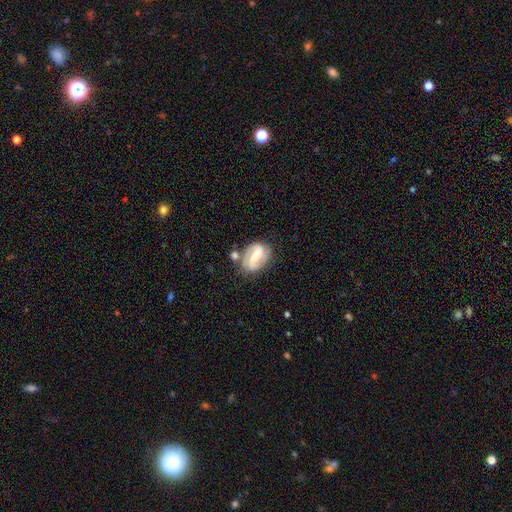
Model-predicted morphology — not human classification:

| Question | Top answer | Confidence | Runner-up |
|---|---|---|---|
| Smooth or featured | featured or disk | 73% | smooth (21%) |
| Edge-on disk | no | 97% | yes (3%) |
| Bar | weak | 42% | strong (37%) |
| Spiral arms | yes | 91% | no (9%) |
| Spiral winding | medium | 46% | tight (31%) |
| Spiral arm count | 2 | 81% | can't tell (9%) |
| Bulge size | small | 45% | moderate (37%) |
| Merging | none | 60% | minor disturbance (20%) |